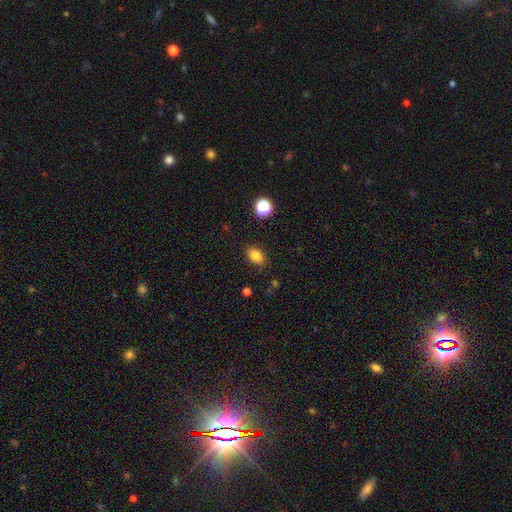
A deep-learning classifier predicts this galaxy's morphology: This appears to be a smooth galaxy with no disk features (83%) that is in between round and cigar-shaped (78%). Merging: none (85%).